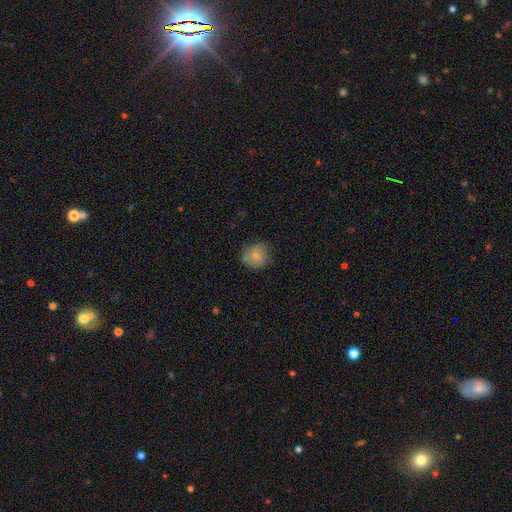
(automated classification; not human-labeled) A smooth galaxy with no disk features (75%) that is round (72%). Merging: none (65%).